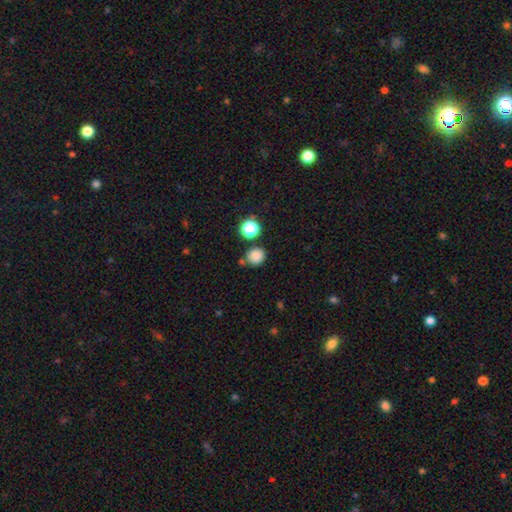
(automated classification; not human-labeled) Smooth or featured? smooth (82%)
How rounded? round (87%)
Merging? none (75%)